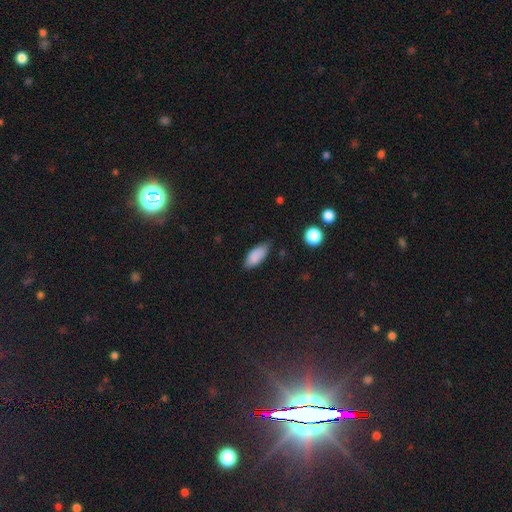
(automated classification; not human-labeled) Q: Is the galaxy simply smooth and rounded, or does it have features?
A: smooth — 86%.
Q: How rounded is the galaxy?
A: in between — 87%.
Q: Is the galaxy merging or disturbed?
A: none — 69%.